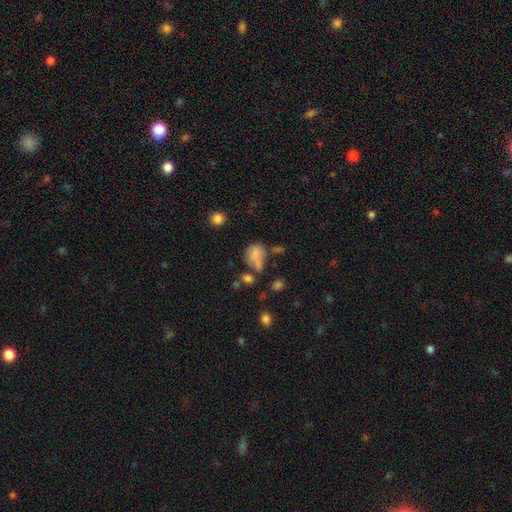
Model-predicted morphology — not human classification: smooth_or_featured: smooth (p=0.73) [alt: featured or disk p=0.15]
how_rounded: in between (p=0.60) [alt: round p=0.38]
merging: none (p=0.31) [alt: merger p=0.26]